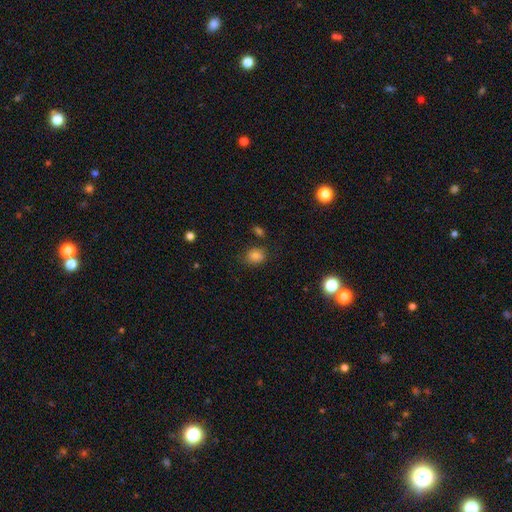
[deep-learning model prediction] Smooth or featured? Predicted: smooth (p=0.79). How rounded? Predicted: round (p=0.52). Merging? Predicted: none (p=0.76).